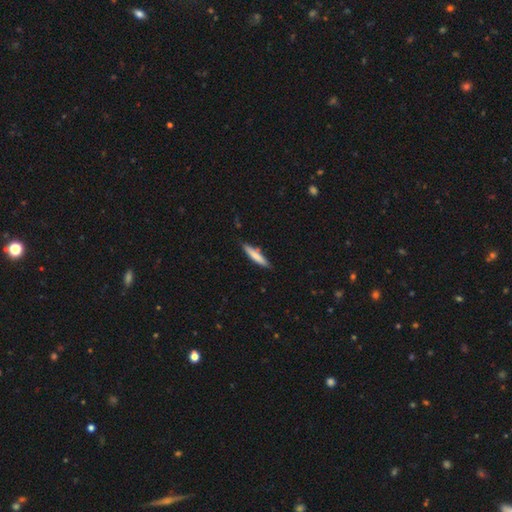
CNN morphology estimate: smooth_or_featured: smooth (p=0.74) [alt: featured or disk p=0.20]
how_rounded: cigar-shaped (p=0.88) [alt: in between p=0.10]
merging: none (p=0.83) [alt: minor disturbance p=0.13]